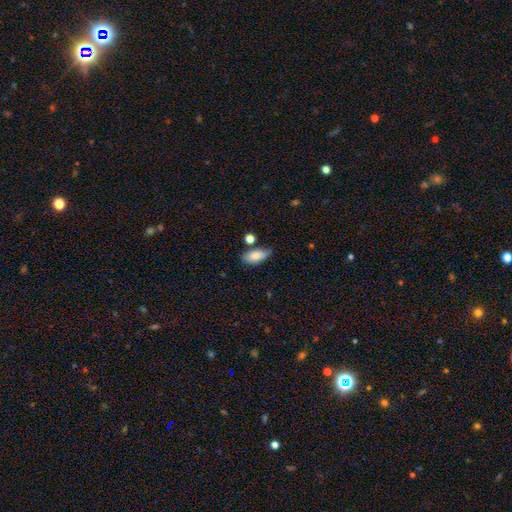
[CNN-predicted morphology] smooth 82%, featured or disk 11%, star or artifact 7%. Down the decision tree: how rounded — in between (90%); merging — none (61%).